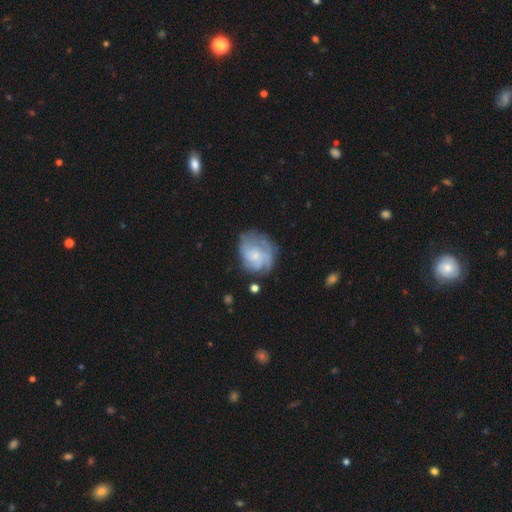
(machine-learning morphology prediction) Q: Smooth or featured?
A: featured or disk (63%); runner-up: smooth (29%)
Q: Edge-on disk?
A: no (98%); runner-up: yes (2%)
Q: Bar?
A: no (74%); runner-up: weak (24%)
Q: Spiral arms?
A: yes (82%); runner-up: no (18%)
Q: Spiral winding?
A: tight (43%); runner-up: medium (37%)
Q: Spiral arm count?
A: can't tell (44%); runner-up: 3 (17%)
Q: Bulge size?
A: small (60%); runner-up: moderate (24%)
Q: Merging?
A: none (60%); runner-up: minor disturbance (23%)